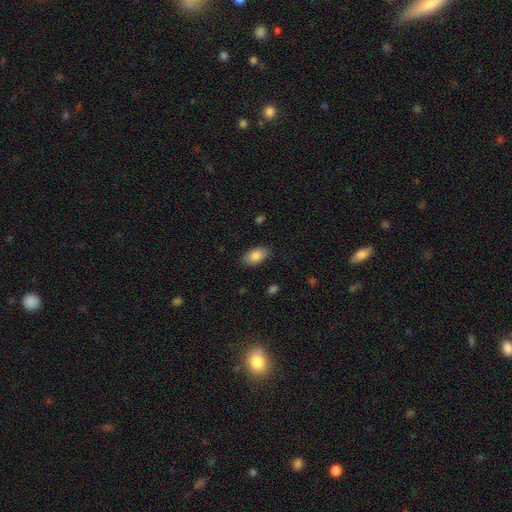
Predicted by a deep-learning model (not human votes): Overall: smooth (86%). How rounded: in between (93%). Merging: none (86%).